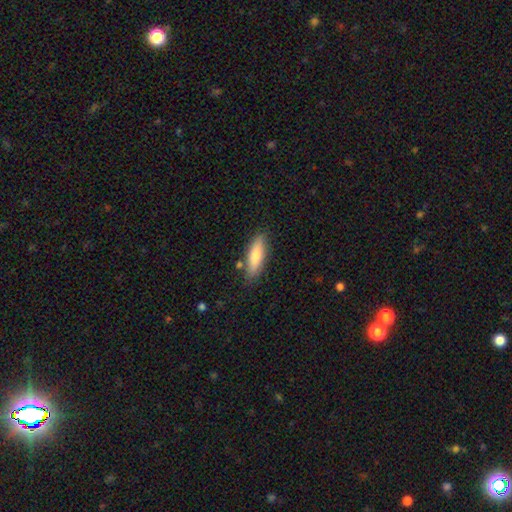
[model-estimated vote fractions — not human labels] Overall: smooth (74%). How rounded: cigar-shaped (53%; in between 45%). Merging: none (82%).